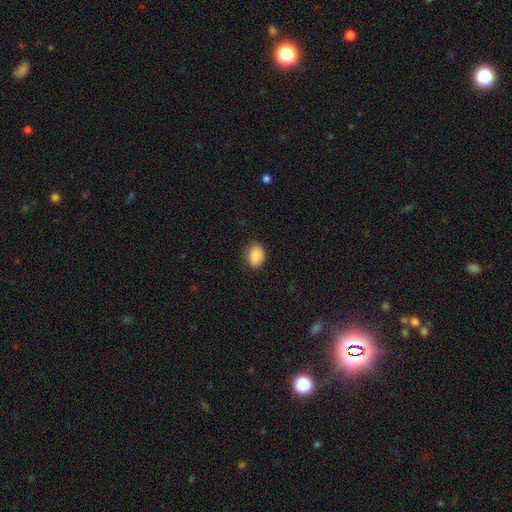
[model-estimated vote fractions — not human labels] The model was most divided on "how rounded": in between: 71%, round: 28%, cigar-shaped: 1%. More confident: smooth or featured — smooth (88%); merging — none (79%).